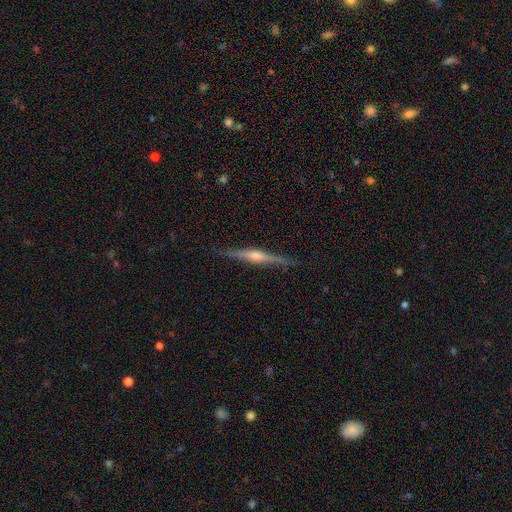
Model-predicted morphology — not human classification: smooth_or_featured: featured or disk (p=0.78) [alt: smooth p=0.16]
disk_edge_on: yes (p=0.98) [alt: no p=0.02]
edge_on_bulge: rounded (p=0.84) [alt: boxy p=0.10]
merging: none (p=0.89) [alt: minor disturbance p=0.08]